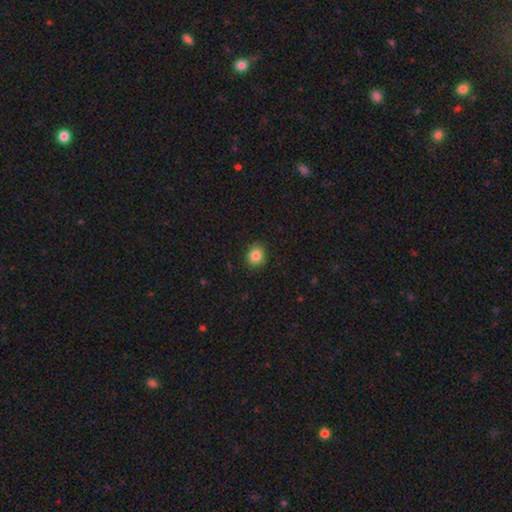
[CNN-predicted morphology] Smooth or featured?
  - smooth: 85% *
  - star or artifact: 10%
  - featured or disk: 6%
How rounded?
  - round: 73% *
  - in between: 26%
  - cigar-shaped: 1%
Merging?
  - none: 89% *
  - minor disturbance: 8%
  - major disturbance: 2%
  - merger: 1%